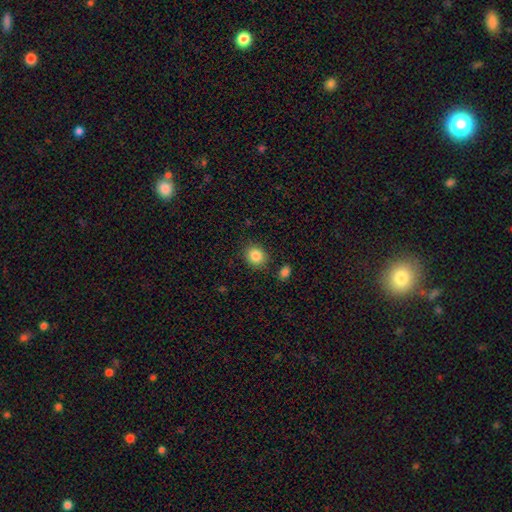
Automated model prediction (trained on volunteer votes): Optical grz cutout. It shows a smooth galaxy with no disk features (86%) that is round (75%). Merging: none (85%).